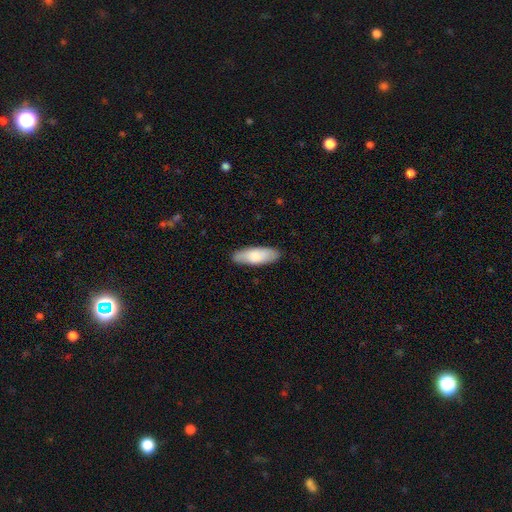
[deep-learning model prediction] Smooth or featured?
  - smooth: 80% *
  - featured or disk: 15%
  - star or artifact: 5%
How rounded?
  - in between: 66% *
  - cigar-shaped: 32%
  - round: 2%
Merging?
  - none: 87% *
  - minor disturbance: 10%
  - major disturbance: 2%
  - merger: 1%